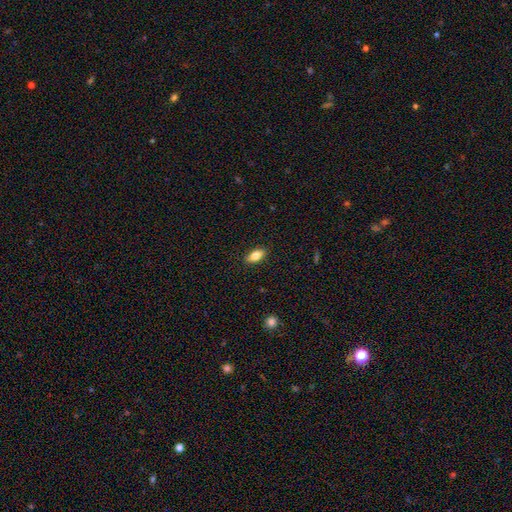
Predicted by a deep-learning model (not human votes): This appears to be a smooth galaxy with no disk features (82%) that is in between round and cigar-shaped (88%). Merging: none (88%).